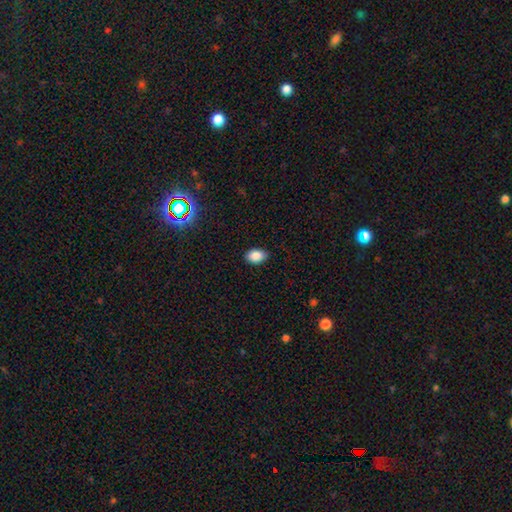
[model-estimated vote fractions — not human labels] The model was most divided on "how rounded": in between: 84%, round: 14%, cigar-shaped: 1%. More confident: smooth or featured — smooth (87%); merging — none (85%).